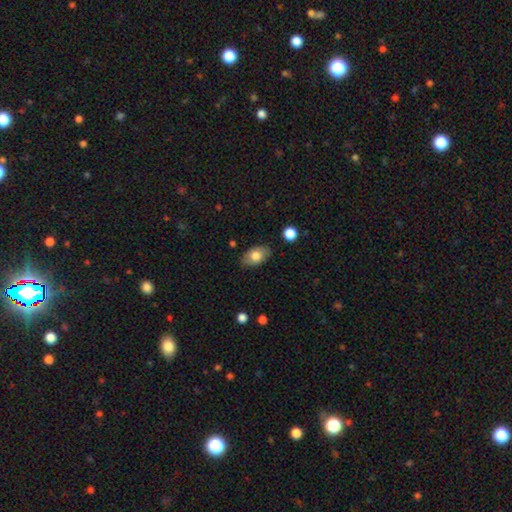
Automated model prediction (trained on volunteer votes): smooth-or-featured: smooth: 76% | featured or disk: 17% | star or artifact: 7%
  how-rounded: in between: 89% | round: 10% | cigar-shaped: 2%
  merging: none: 83% | minor disturbance: 13% | major disturbance: 3% | merger: 1%